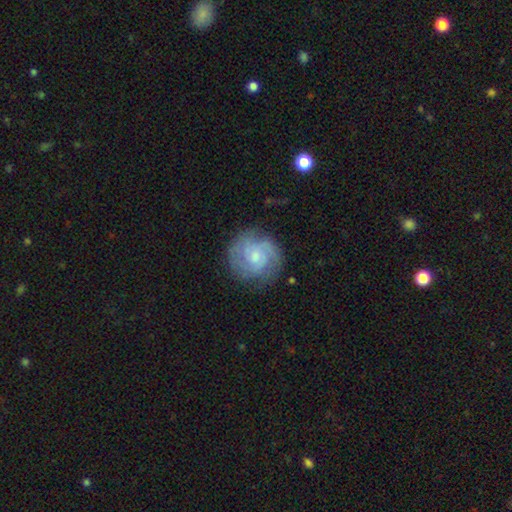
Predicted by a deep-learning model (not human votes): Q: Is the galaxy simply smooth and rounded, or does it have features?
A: featured or disk — 71%.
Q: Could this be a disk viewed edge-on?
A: no — 98%.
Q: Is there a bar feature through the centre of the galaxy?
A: no — 61%.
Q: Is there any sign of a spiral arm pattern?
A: yes — 92%.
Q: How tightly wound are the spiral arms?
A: tight — 57%.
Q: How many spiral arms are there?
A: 2 — 35%.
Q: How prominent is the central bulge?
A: small — 49%.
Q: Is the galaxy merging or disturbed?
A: none — 75%.